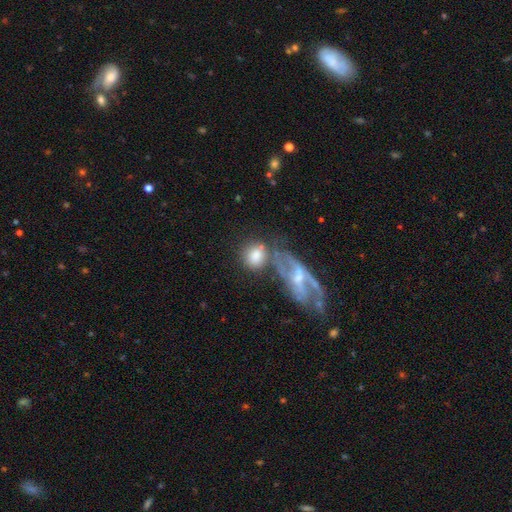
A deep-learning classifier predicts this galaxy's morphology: type=smooth (66%); roundness=round (64%); merging=none (41%).